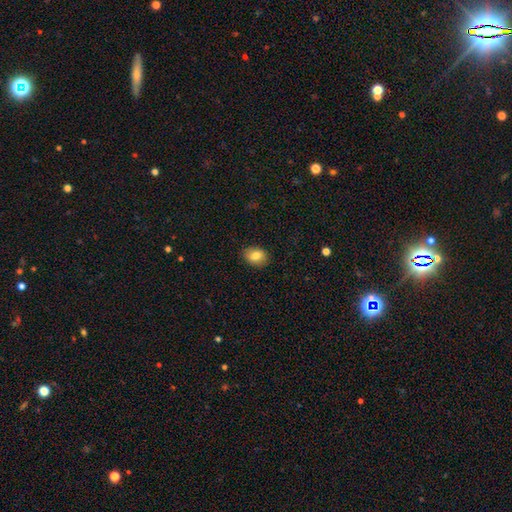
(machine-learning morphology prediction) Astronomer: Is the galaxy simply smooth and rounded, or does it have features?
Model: smooth — 82%.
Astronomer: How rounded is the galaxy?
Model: in between — 63%.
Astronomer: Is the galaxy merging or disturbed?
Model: none — 88%.